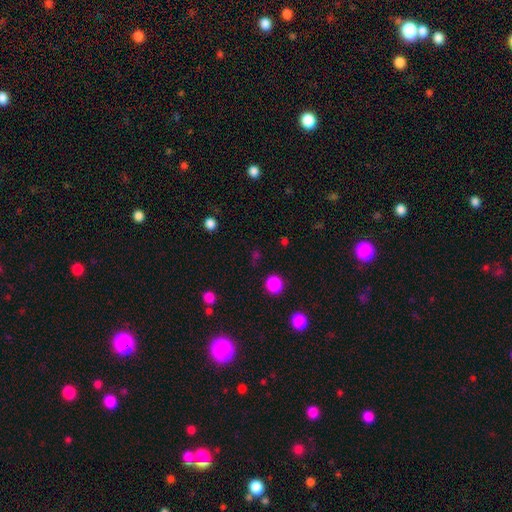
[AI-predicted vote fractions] Smooth or featured?
  - smooth: 74% *
  - star or artifact: 21%
  - featured or disk: 5%
How rounded?
  - round: 86% *
  - in between: 13%
  - cigar-shaped: 1%
Merging?
  - none: 86% *
  - minor disturbance: 8%
  - major disturbance: 4%
  - merger: 3%